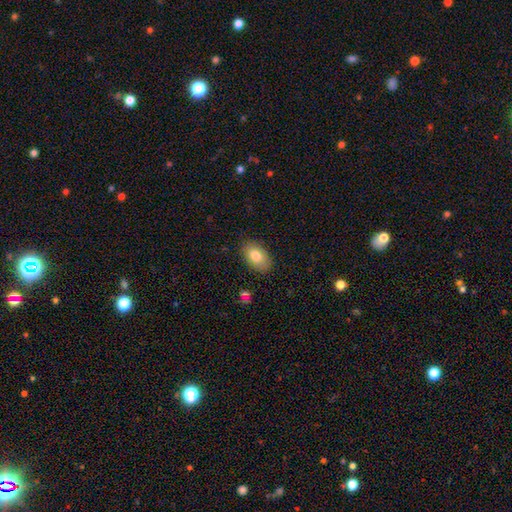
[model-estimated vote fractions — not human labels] Morphology: type=smooth (80%); roundness=in between (90%); merging=none (86%).